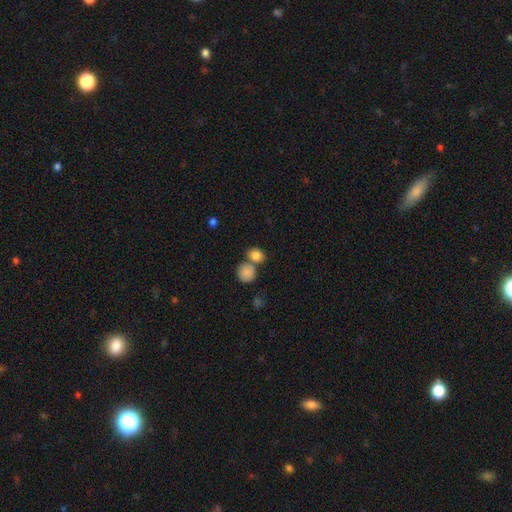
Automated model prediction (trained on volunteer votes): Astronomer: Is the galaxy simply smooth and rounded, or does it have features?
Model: smooth — 84%.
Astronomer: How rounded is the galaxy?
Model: round — 56% (runner-up: in between, 42%).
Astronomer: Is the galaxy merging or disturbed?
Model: none — 50% (runner-up: merger, 38%).